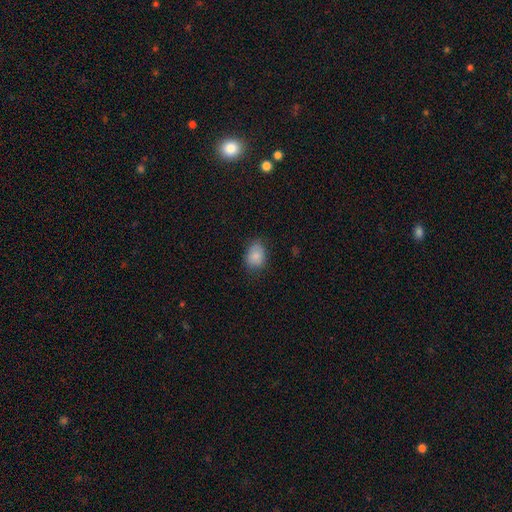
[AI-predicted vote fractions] Smooth or featured? smooth (85%)
How rounded? in between (67%)
Merging? none (72%)